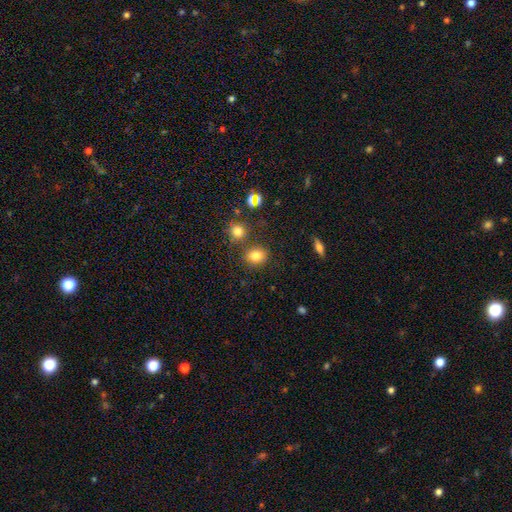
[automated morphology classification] type=smooth (78%); roundness=round (59%); merging=none (74%).